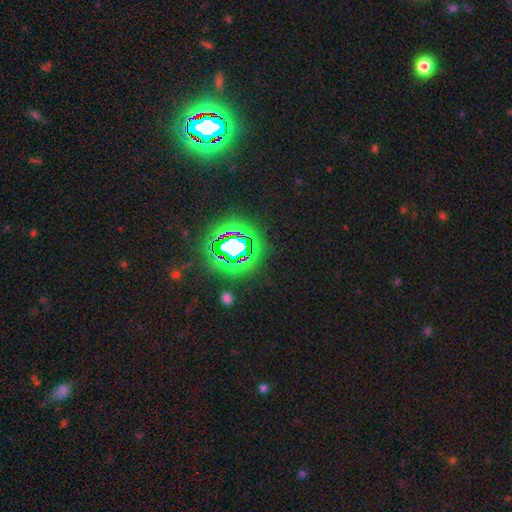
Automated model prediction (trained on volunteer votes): Smooth or featured? star or artifact (83%)